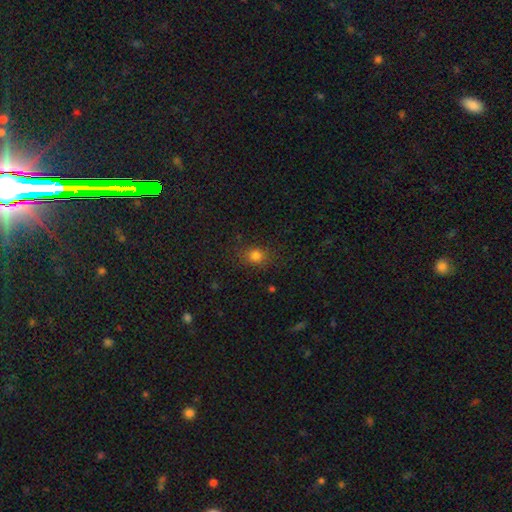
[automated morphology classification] smooth_or_featured: smooth (p=0.79) [alt: star or artifact p=0.15]
how_rounded: round (p=0.65) [alt: in between p=0.34]
merging: none (p=0.80) [alt: minor disturbance p=0.13]